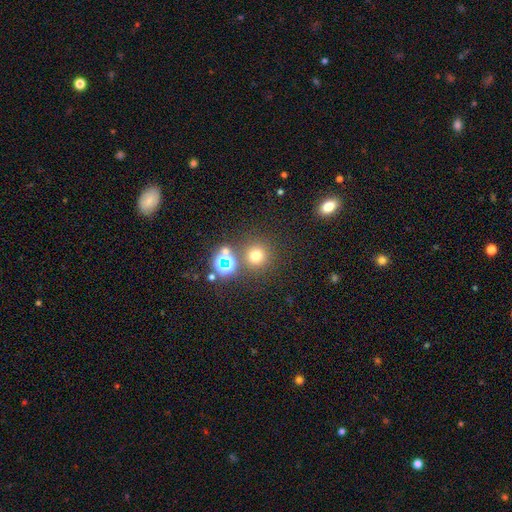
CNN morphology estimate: Smooth or featured?
  - smooth: 67% *
  - star or artifact: 26%
  - featured or disk: 7%
How rounded?
  - round: 94% *
  - in between: 5%
  - cigar-shaped: 1%
Merging?
  - none: 80% *
  - merger: 10%
  - minor disturbance: 7%
  - major disturbance: 3%